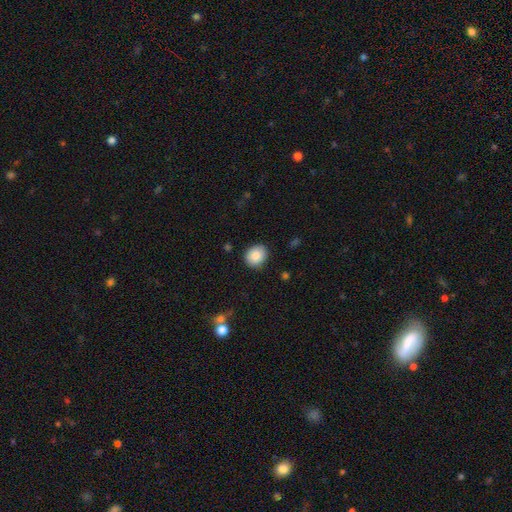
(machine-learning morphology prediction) A smooth galaxy with no disk features (88%) that is round (71%). Merging: none (87%).